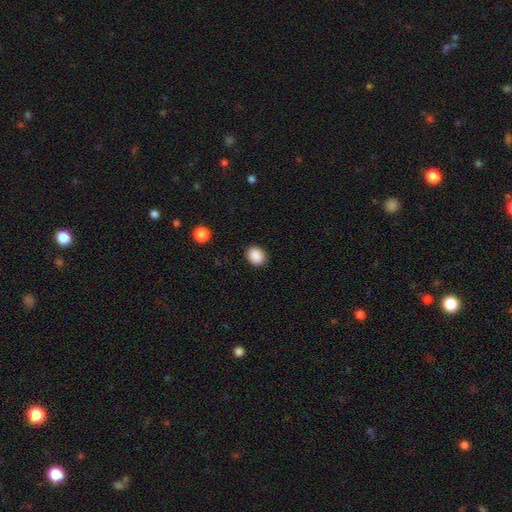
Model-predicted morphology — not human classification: A smooth galaxy with no disk features (89%) that is round (50%). Merging: none (89%).